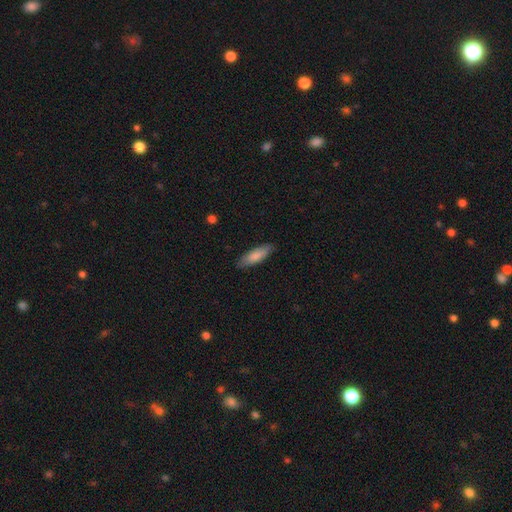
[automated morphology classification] smooth-or-featured: smooth: 82% | featured or disk: 13% | star or artifact: 5%
  how-rounded: cigar-shaped: 53% | in between: 45% | round: 1%
  merging: none: 86% | minor disturbance: 11% | major disturbance: 2% | merger: 1%